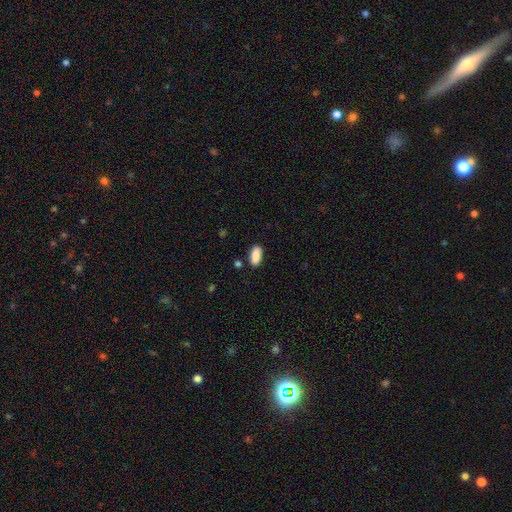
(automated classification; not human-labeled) Q: Smooth or featured?
A: smooth (88%); runner-up: star or artifact (7%)
Q: How rounded?
A: in between (88%); runner-up: cigar-shaped (9%)
Q: Merging?
A: none (83%); runner-up: minor disturbance (11%)